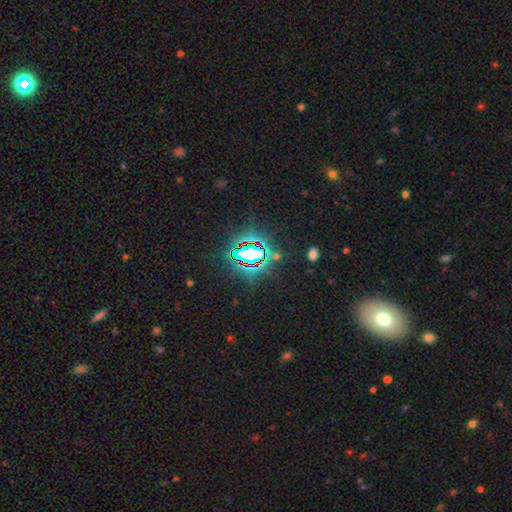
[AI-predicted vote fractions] This appears to be a star or artifact, not a galaxy (78%).